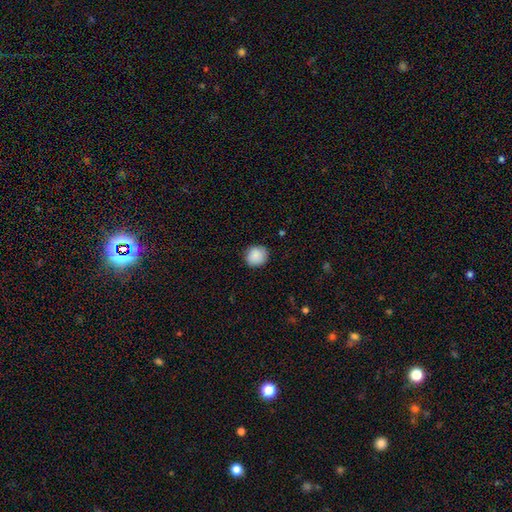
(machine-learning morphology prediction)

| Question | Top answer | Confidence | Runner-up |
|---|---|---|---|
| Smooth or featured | smooth | 90% | star or artifact (7%) |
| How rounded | round | 87% | in between (12%) |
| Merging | none | 88% | minor disturbance (9%) |